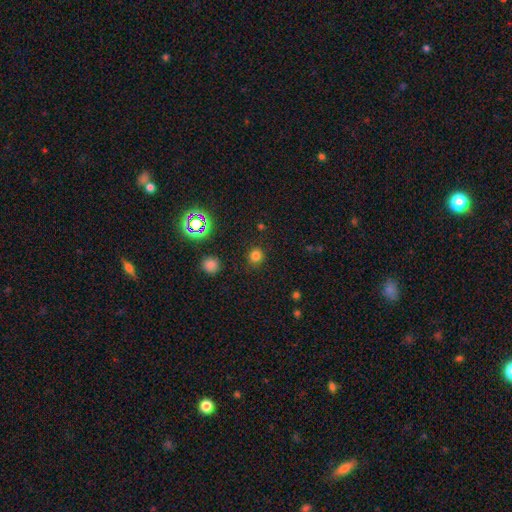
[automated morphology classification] A smooth galaxy with no disk features (75%) that is round (89%). Merging: none (87%).